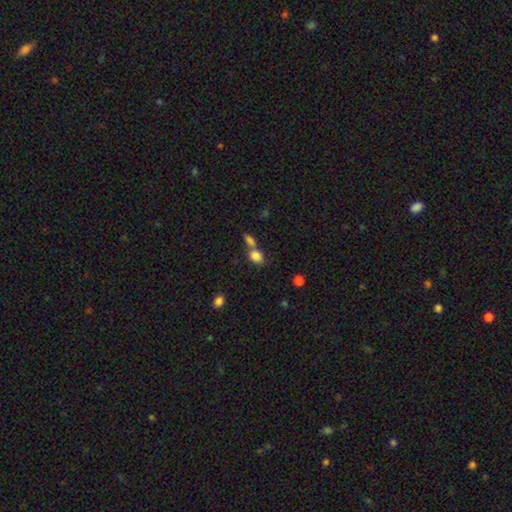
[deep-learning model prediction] smooth_or_featured: smooth (p=0.83) [alt: star or artifact p=0.09]
how_rounded: in between (p=0.66) [alt: round p=0.32]
merging: merger (p=0.47) [alt: none p=0.38]